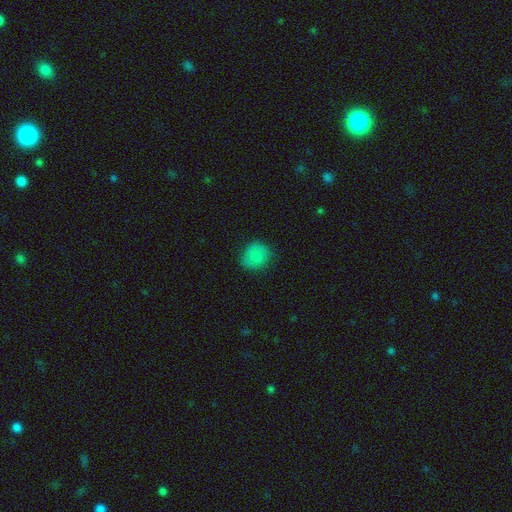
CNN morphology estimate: This appears to be a smooth galaxy with no disk features (80%) that is round (75%). Merging: none (76%).